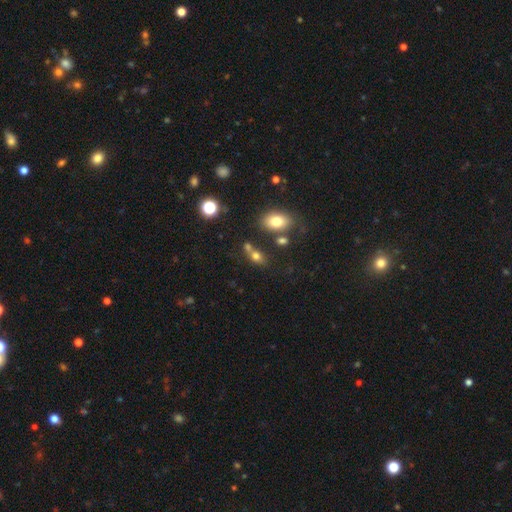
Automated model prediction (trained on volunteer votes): This appears to be a smooth galaxy with no disk features (72%) that is in between round and cigar-shaped (72%). Merging: none (51%).